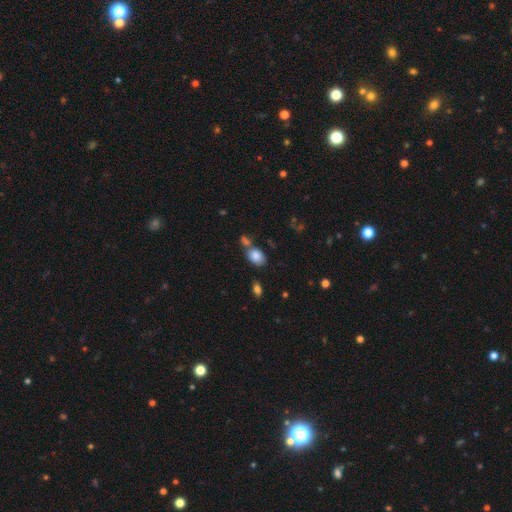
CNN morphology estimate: A smooth galaxy with no disk features (84%) that is in between round and cigar-shaped (75%).

Vote fractions:
- Smooth or featured? smooth: 84% / star or artifact: 9% / featured or disk: 7%
- How rounded? in between: 75% / round: 24% / cigar-shaped: 1%
- Merging? none: 55% / merger: 26% / minor disturbance: 14% / major disturbance: 5%